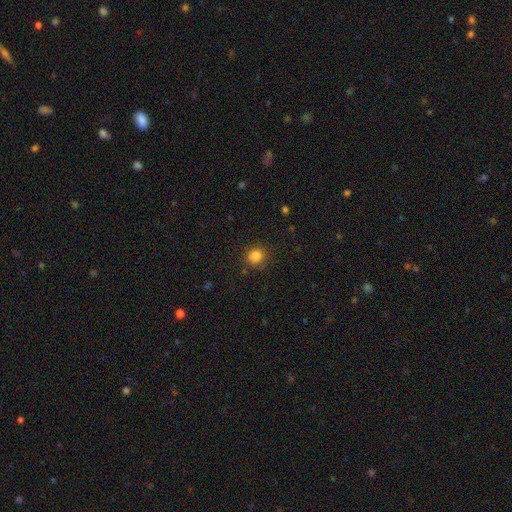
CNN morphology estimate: type=smooth (83%); roundness=round (83%); merging=none (83%).